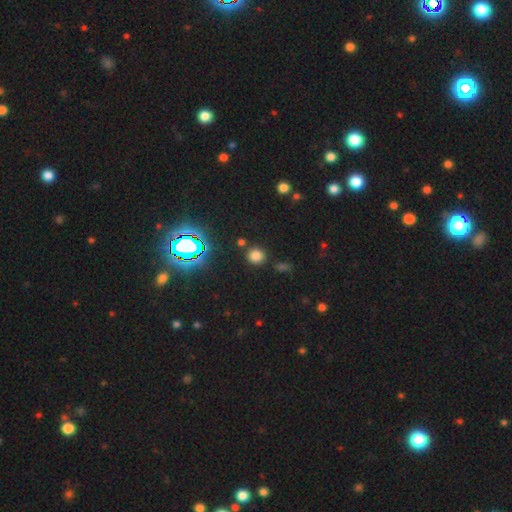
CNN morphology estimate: A smooth galaxy with no disk features (71%) that is round (88%). Merging: none (83%).